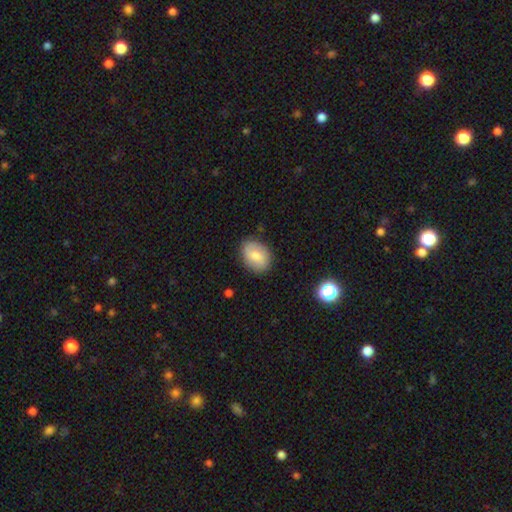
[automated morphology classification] smooth-or-featured: smooth: 67% | featured or disk: 26% | star or artifact: 7%
  how-rounded: in between: 69% | round: 30% | cigar-shaped: 1%
  merging: none: 84% | minor disturbance: 12% | major disturbance: 3% | merger: 1%